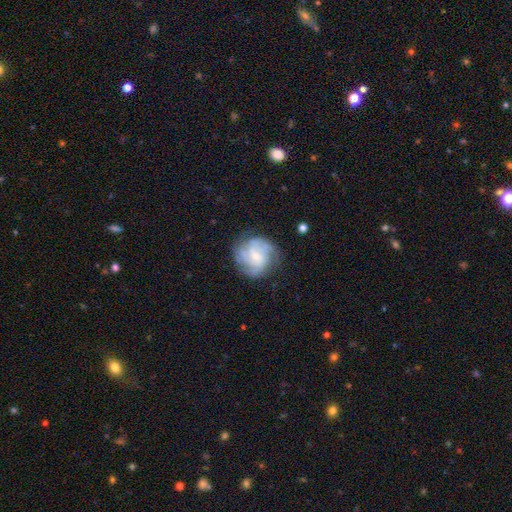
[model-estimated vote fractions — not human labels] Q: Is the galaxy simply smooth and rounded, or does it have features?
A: featured or disk — 76%.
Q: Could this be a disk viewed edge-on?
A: no — 98%.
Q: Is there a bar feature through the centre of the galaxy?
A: no — 57%.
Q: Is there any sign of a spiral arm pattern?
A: yes — 93%.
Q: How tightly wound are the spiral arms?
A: tight — 52%.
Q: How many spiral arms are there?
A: can't tell — 30%.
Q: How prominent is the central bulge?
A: small — 64%.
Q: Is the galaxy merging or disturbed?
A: none — 74%.